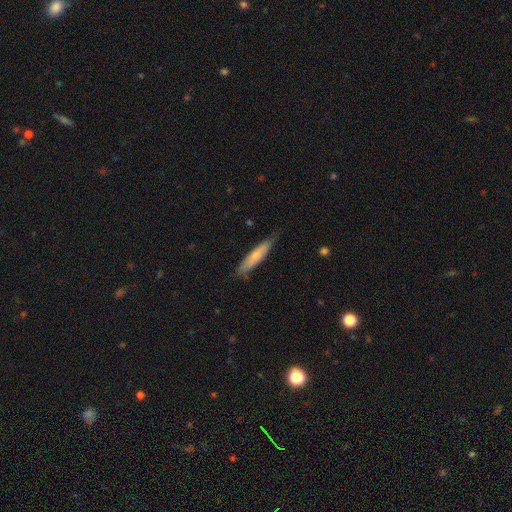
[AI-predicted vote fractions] A smooth galaxy with no disk features (68%) that is cigar-shaped (84%).

Vote fractions:
- Smooth or featured? smooth: 68% / featured or disk: 27% / star or artifact: 5%
- How rounded? cigar-shaped: 84% / in between: 15% / round: 1%
- Merging? none: 76% / minor disturbance: 20% / major disturbance: 3% / merger: 1%